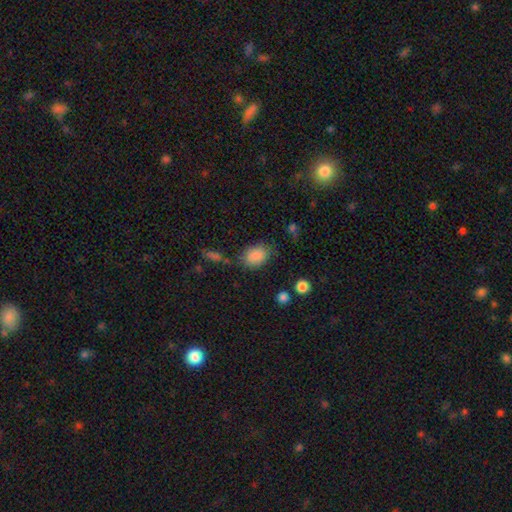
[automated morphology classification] smooth_or_featured: smooth (p=0.86) [alt: star or artifact p=0.09]
how_rounded: in between (p=0.74) [alt: round p=0.25]
merging: none (p=0.66) [alt: minor disturbance p=0.22]